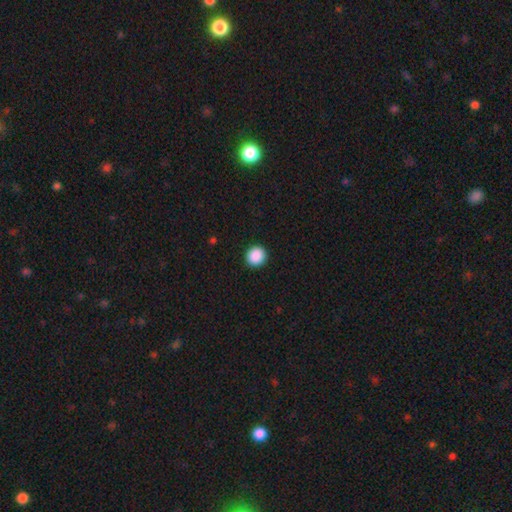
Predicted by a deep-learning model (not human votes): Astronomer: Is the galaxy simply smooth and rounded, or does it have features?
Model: smooth — 89%.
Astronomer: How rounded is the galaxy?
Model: round — 91%.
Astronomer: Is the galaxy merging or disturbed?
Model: none — 93%.